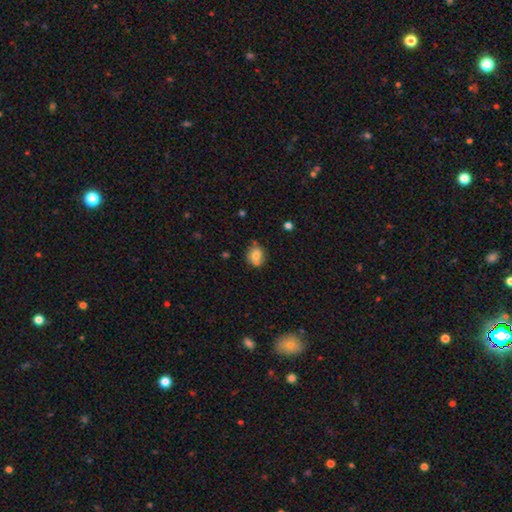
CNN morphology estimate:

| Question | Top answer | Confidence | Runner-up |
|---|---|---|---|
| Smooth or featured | smooth | 72% | featured or disk (18%) |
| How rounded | round | 60% | in between (38%) |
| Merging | none | 66% | minor disturbance (20%) |